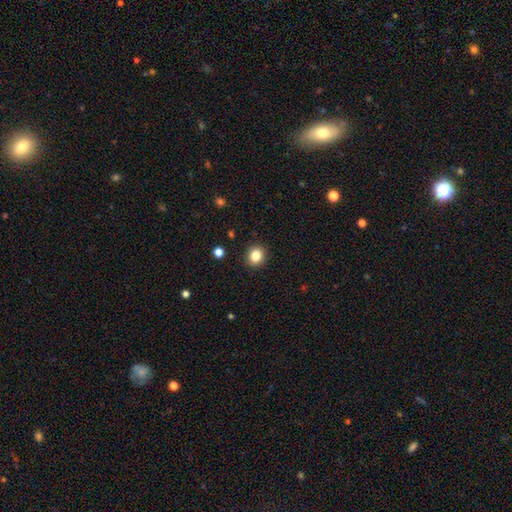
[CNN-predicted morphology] A smooth galaxy with no disk features (83%) that is round (77%).

Vote fractions:
- Smooth or featured? smooth: 83% / star or artifact: 11% / featured or disk: 6%
- How rounded? round: 77% / in between: 22% / cigar-shaped: 1%
- Merging? none: 92% / minor disturbance: 6% / major disturbance: 2% / merger: 1%